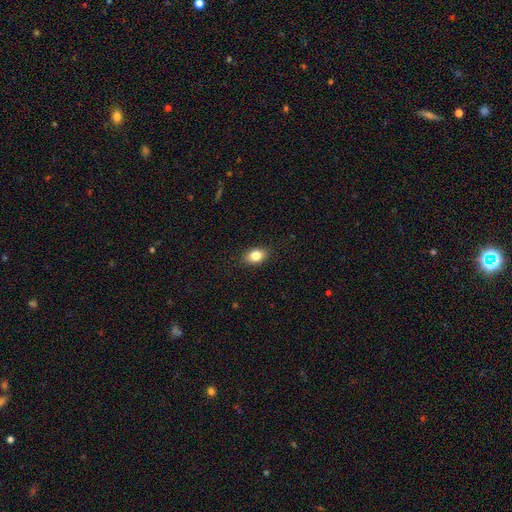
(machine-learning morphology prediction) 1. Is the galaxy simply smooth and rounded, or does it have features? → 83% smooth, 9% star or artifact, 8% featured or disk.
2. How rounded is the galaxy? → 75% in between, 23% round, 2% cigar-shaped.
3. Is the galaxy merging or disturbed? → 88% none, 9% minor disturbance, 2% major disturbance, 1% merger.